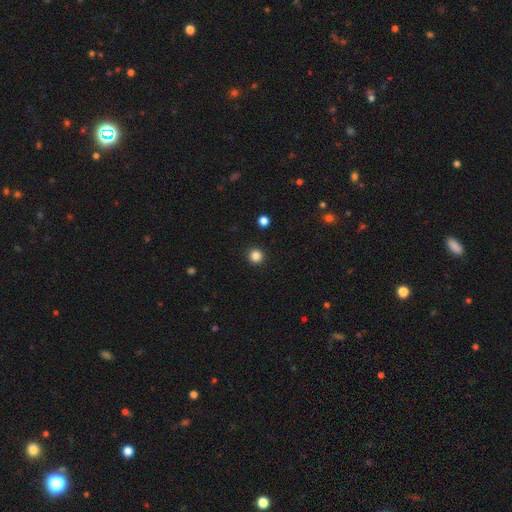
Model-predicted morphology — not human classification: Smooth or featured: smooth — 85% (star or artifact — 11%)
How rounded: round — 96% (in between — 3%)
Merging: none — 93% (minor disturbance — 4%)